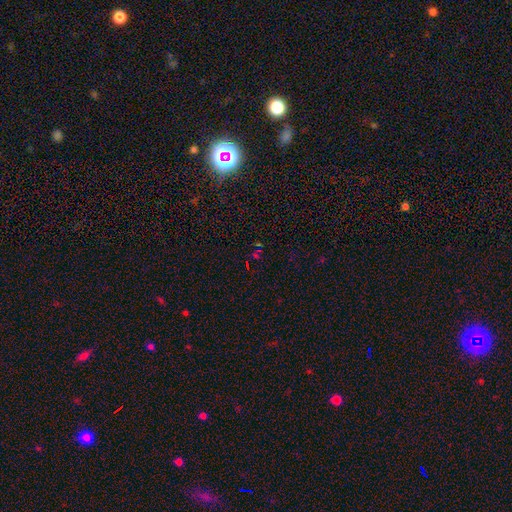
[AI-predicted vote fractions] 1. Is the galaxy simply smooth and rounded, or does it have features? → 66% star or artifact, 24% smooth, 10% featured or disk.